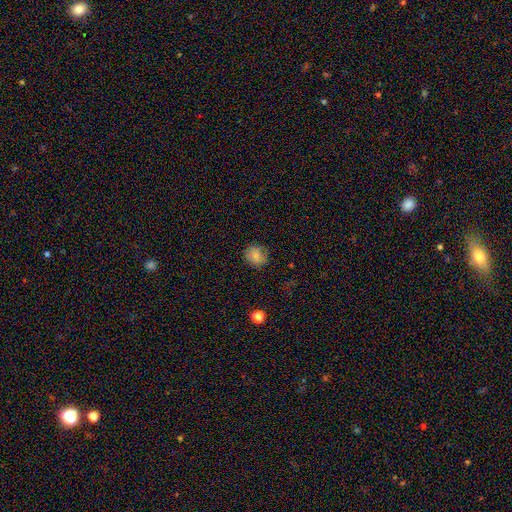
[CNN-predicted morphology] smooth 79%, featured or disk 11%, star or artifact 10%. Down the decision tree: how rounded — round (76%); merging — none (79%).